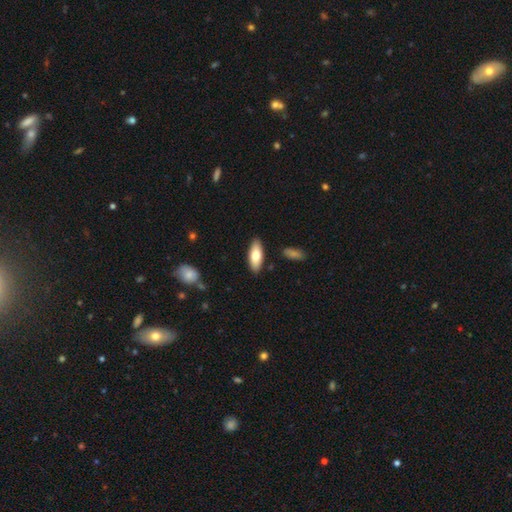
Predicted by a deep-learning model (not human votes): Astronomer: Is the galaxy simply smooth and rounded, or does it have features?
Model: smooth — 75%.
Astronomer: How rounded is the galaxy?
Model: in between — 77%.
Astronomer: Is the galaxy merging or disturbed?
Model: none — 87%.